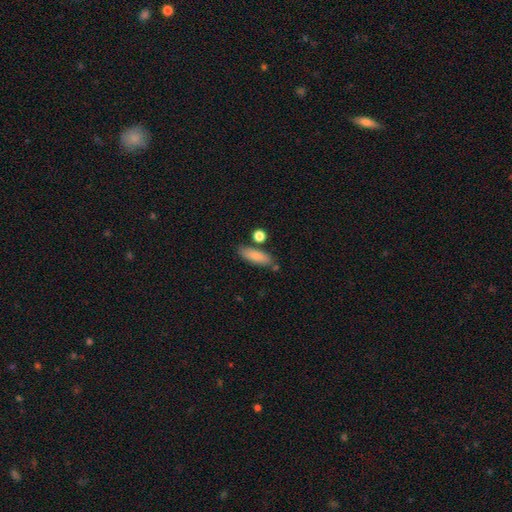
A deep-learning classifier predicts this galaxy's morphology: A smooth galaxy with no disk features (83%) that is in between round and cigar-shaped (56%). Merging: none (75%).